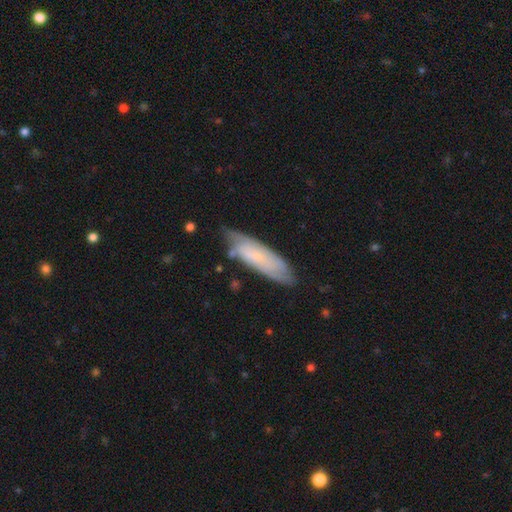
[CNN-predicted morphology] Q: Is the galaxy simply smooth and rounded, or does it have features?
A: smooth — 47%.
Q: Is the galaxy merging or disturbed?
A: none — 68%.